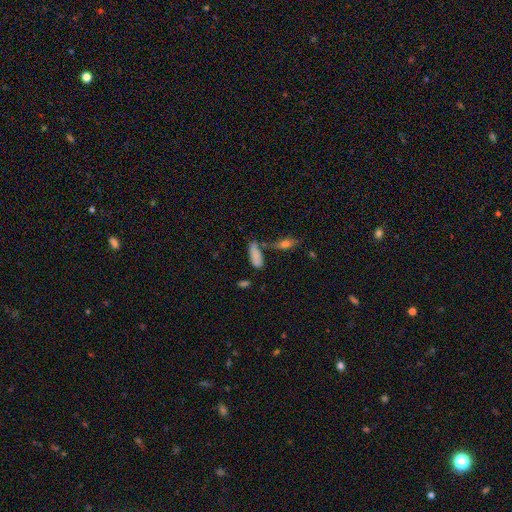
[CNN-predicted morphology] smooth 80%, featured or disk 11%, star or artifact 9%. Down the decision tree: how rounded — in between (64%); merging — none (51%).